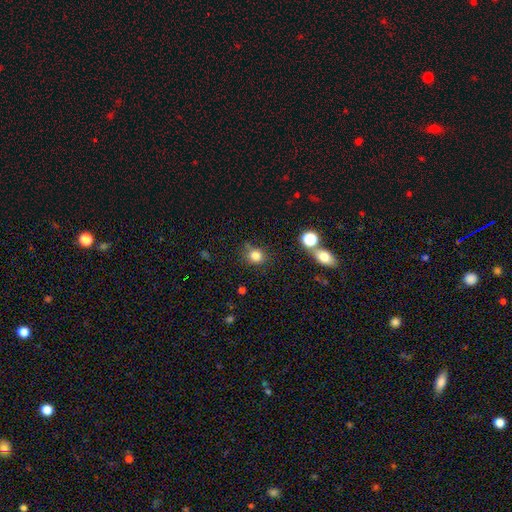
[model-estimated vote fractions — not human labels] Smooth or featured? smooth (82%)
How rounded? round (81%)
Merging? none (74%)